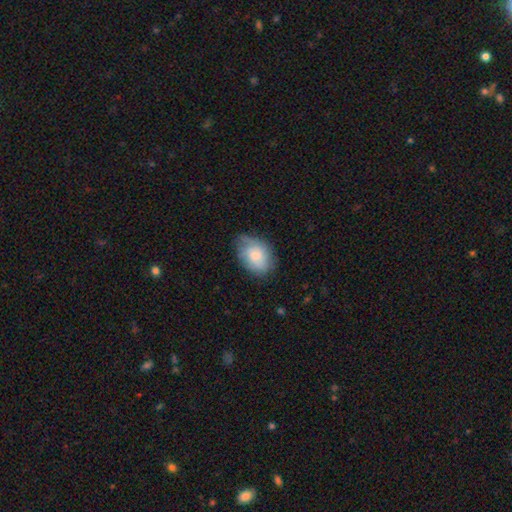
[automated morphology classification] Smooth or featured?
  - smooth: 74% *
  - featured or disk: 20%
  - star or artifact: 7%
How rounded?
  - in between: 80% *
  - round: 18%
  - cigar-shaped: 1%
Merging?
  - none: 62% *
  - minor disturbance: 29%
  - major disturbance: 7%
  - merger: 1%